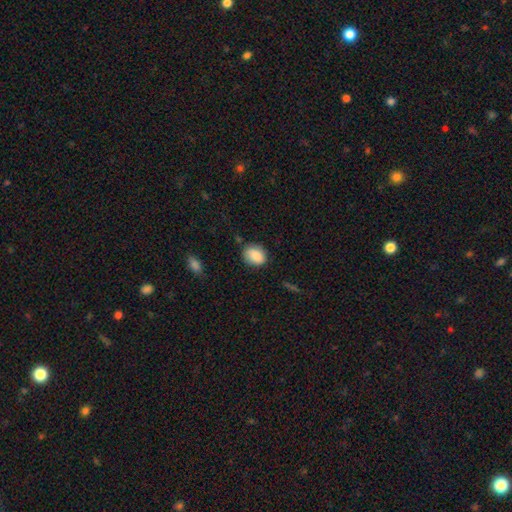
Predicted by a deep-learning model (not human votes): Morphology: type=smooth (86%); roundness=in between (56%); merging=none (73%).